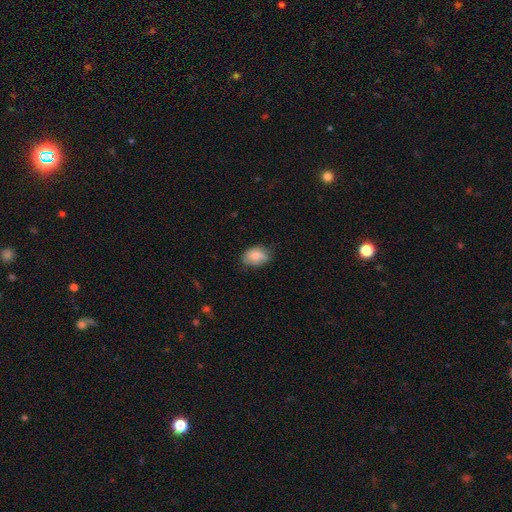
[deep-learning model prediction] Morphology: type=smooth (84%); roundness=in between (83%); merging=none (66%).